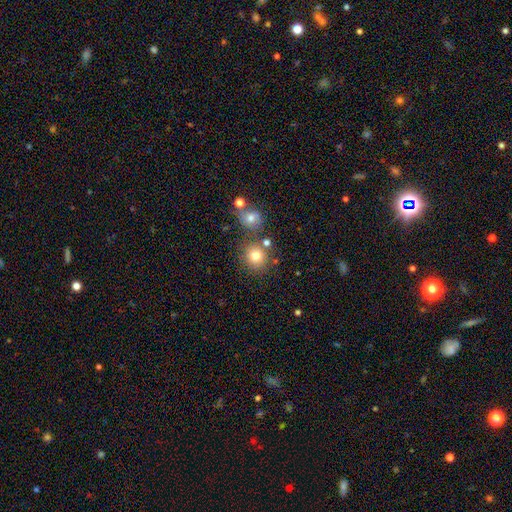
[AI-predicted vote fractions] Smooth or featured?
  - smooth: 77% *
  - star or artifact: 14%
  - featured or disk: 9%
How rounded?
  - round: 88% *
  - in between: 11%
  - cigar-shaped: 1%
Merging?
  - none: 73% *
  - merger: 13%
  - minor disturbance: 10%
  - major disturbance: 4%